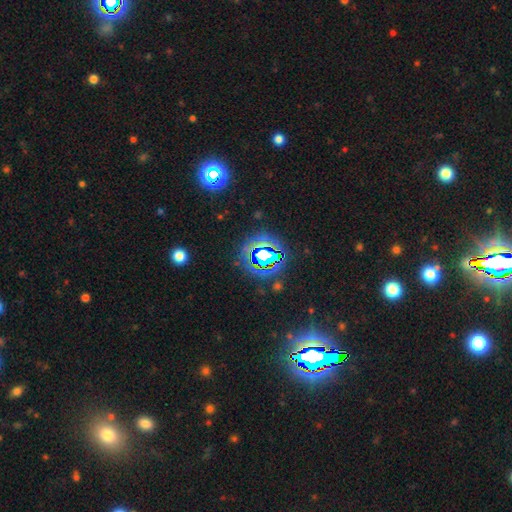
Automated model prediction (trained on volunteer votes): Smooth or featured? star or artifact (79%)